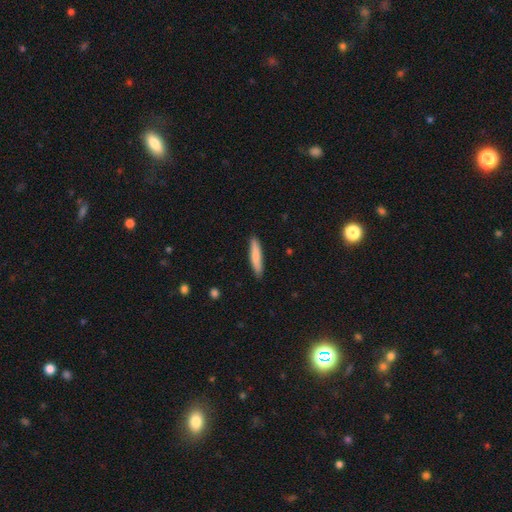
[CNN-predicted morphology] This appears to be a smooth galaxy with no disk features (81%) that is cigar-shaped (88%). Merging: none (88%).